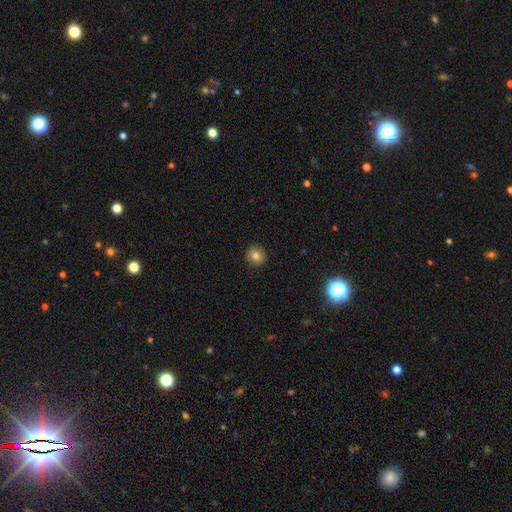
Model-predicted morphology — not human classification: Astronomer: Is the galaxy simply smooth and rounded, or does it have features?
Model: smooth — 81%.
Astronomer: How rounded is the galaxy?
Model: round — 88%.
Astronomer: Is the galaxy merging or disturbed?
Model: none — 91%.